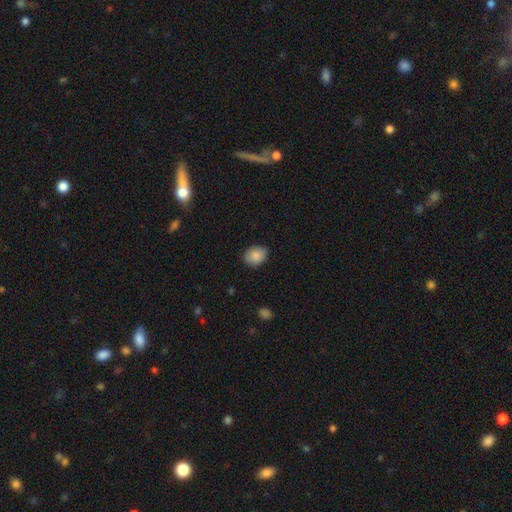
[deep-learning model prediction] Overall: smooth (86%). How rounded: in between (58%; round 41%). Merging: none (82%).